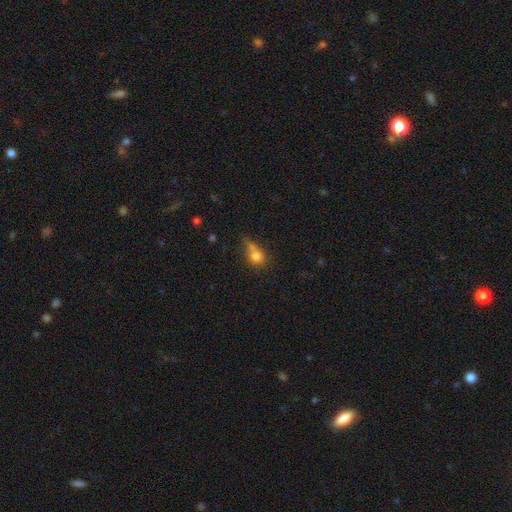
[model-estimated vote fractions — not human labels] smooth-or-featured: smooth: 76% | featured or disk: 13% | star or artifact: 12%
  how-rounded: round: 60% | in between: 36% | cigar-shaped: 4%
  merging: none: 34% | merger: 32% | minor disturbance: 21% | major disturbance: 13%